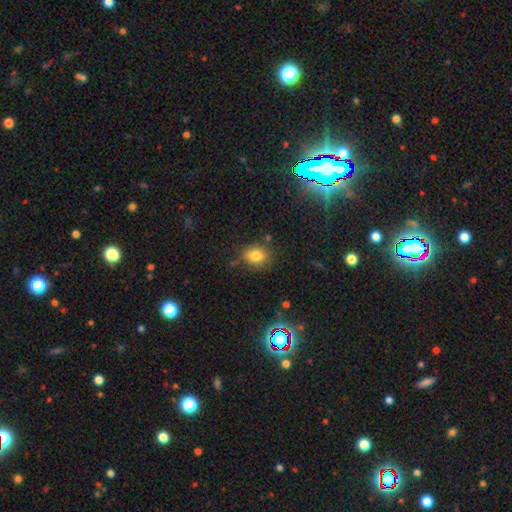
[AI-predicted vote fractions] Smooth or featured? smooth (81%)
How rounded? in between (56%)
Merging? none (76%)